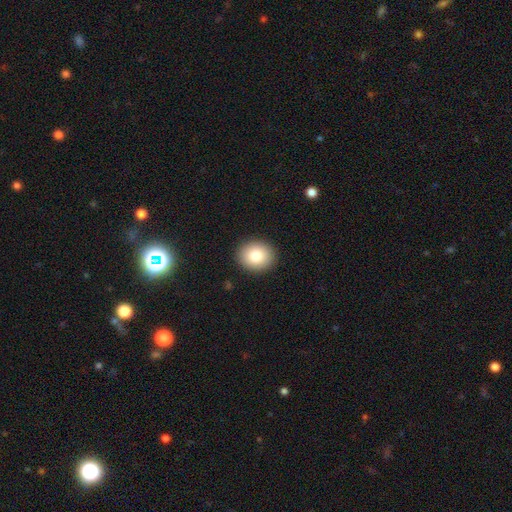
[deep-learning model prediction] Smooth or featured? smooth (82%)
How rounded? round (71%)
Merging? none (91%)